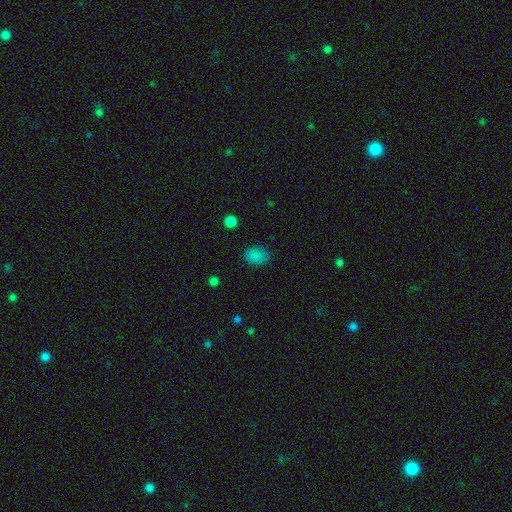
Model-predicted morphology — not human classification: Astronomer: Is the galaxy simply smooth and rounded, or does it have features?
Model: smooth — 84%.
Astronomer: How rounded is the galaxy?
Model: in between — 67%.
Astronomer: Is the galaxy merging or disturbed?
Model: none — 85%.